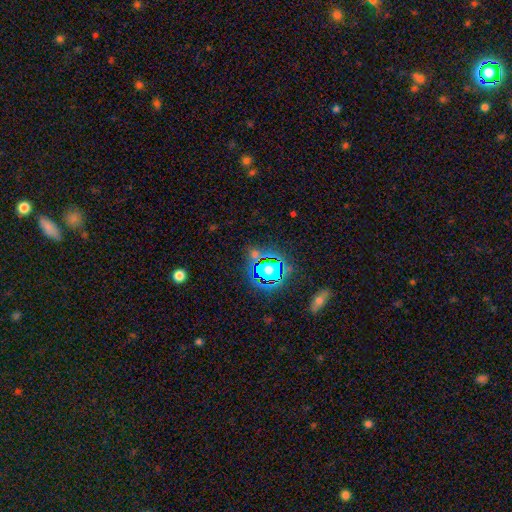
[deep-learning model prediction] Smooth or featured? star or artifact (68%)